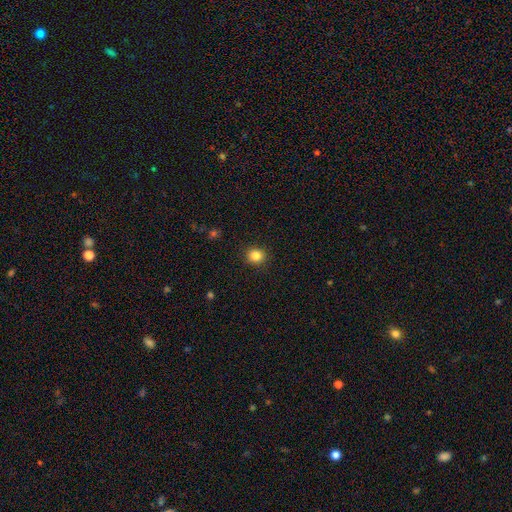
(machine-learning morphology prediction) A smooth galaxy with no disk features (84%) that is round (81%). Merging: none (91%).